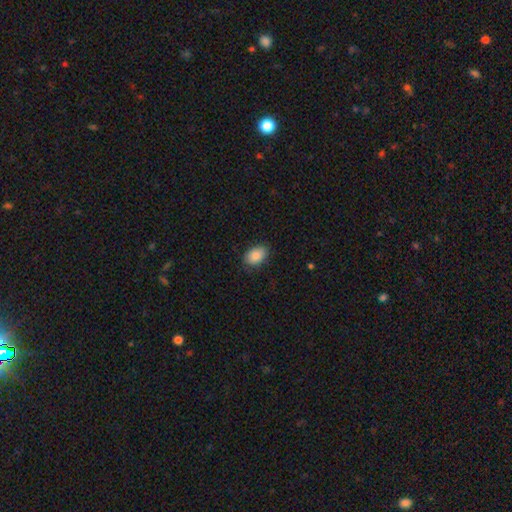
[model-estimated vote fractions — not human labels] Morphology: type=smooth (88%); roundness=in between (84%); merging=none (83%).